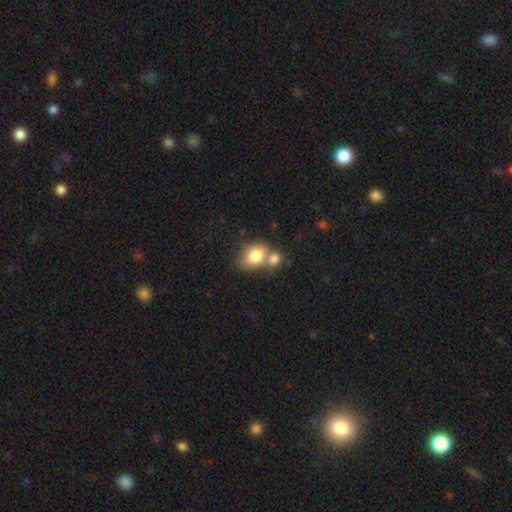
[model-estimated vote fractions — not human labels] Smooth or featured: smooth — 80% (featured or disk — 12%)
How rounded: in between — 67% (round — 31%)
Merging: merger — 51% (none — 33%)